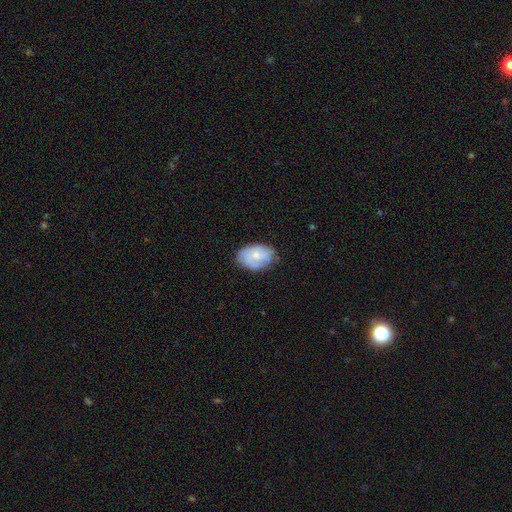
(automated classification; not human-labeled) Q: Smooth or featured?
A: smooth (60%); runner-up: featured or disk (34%)
Q: How rounded?
A: in between (85%); runner-up: round (14%)
Q: Merging?
A: none (67%); runner-up: minor disturbance (26%)